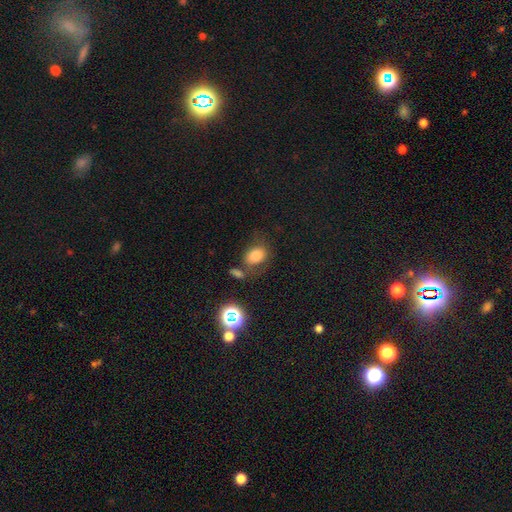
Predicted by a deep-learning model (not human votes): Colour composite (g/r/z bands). It shows a smooth galaxy with no disk features (75%) that is in between round and cigar-shaped (67%). Merging: none (60%).